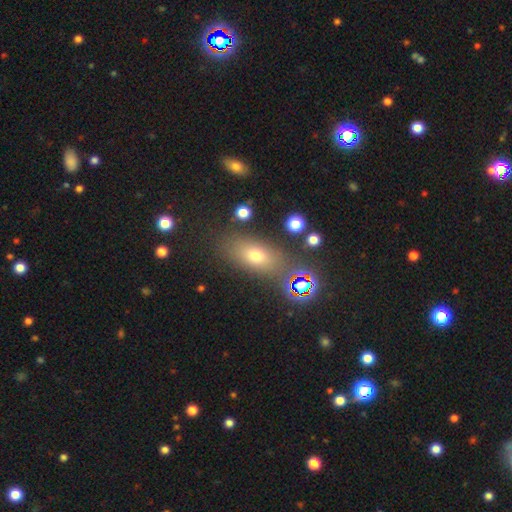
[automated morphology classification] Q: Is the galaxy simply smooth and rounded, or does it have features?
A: smooth — 62%.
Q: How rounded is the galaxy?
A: in between — 74%.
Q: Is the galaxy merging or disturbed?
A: none — 78%.